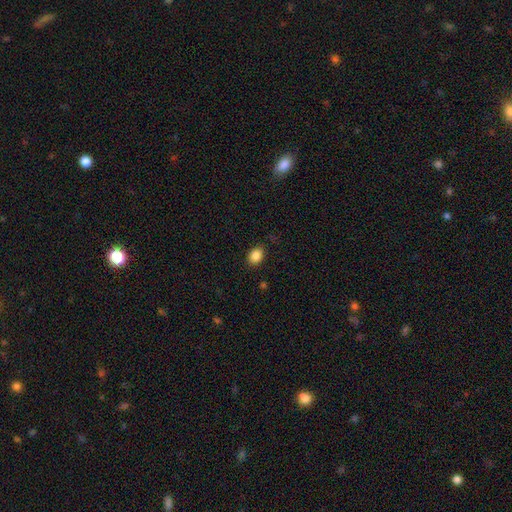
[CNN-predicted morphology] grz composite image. It shows a smooth galaxy with no disk features (86%) that is in between round and cigar-shaped (68%). Merging: none (85%).